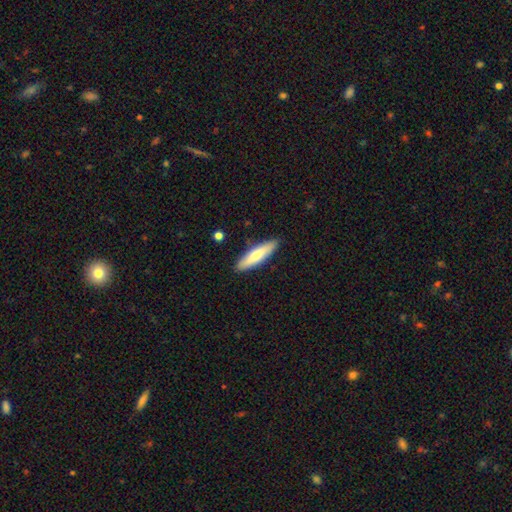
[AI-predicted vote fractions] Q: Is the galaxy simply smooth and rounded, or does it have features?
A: smooth — 69%.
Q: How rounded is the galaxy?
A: cigar-shaped — 72%.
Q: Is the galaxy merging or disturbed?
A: none — 88%.